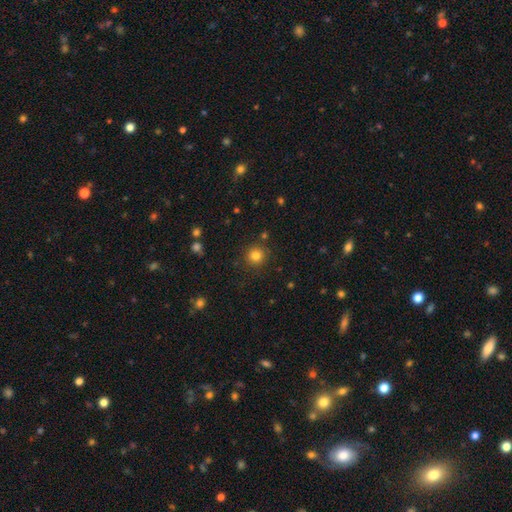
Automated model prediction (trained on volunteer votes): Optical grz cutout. It shows a smooth galaxy with no disk features (81%) that is round (93%). Merging: none (87%).